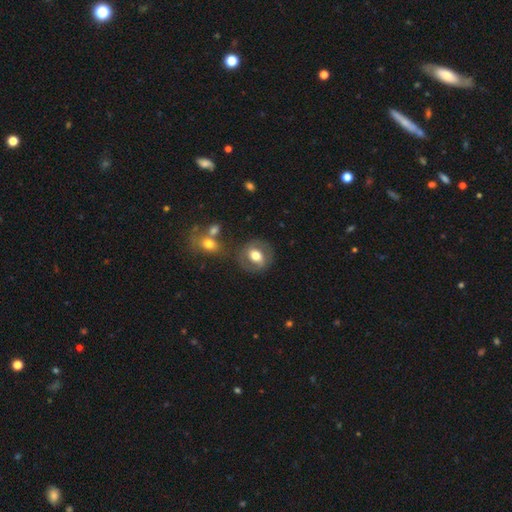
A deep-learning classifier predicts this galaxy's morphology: smooth-or-featured: smooth: 56% | featured or disk: 36% | star or artifact: 8%
  how-rounded: round: 66% | in between: 33% | cigar-shaped: 1%
  merging: none: 78% | minor disturbance: 12% | major disturbance: 5% | merger: 5%